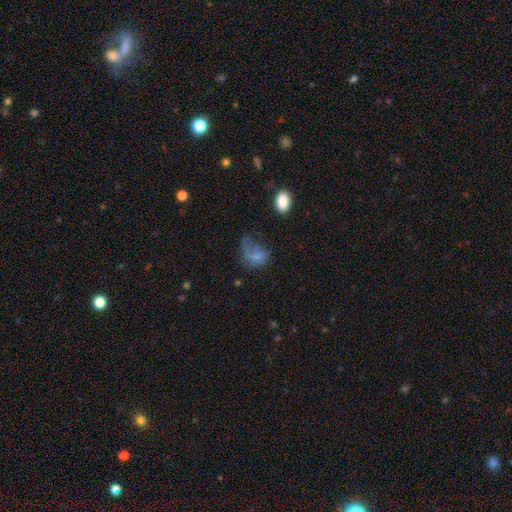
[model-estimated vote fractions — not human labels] Smooth or featured? Predicted: smooth (p=0.56). How rounded? Predicted: in between (p=0.67). Merging? Predicted: major disturbance (p=0.55).